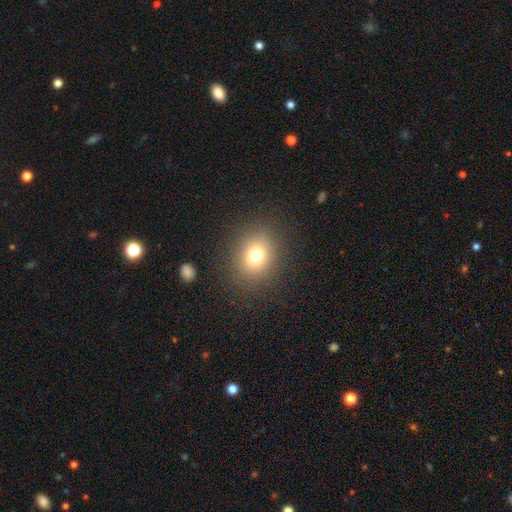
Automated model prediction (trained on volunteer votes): Smooth or featured? Predicted: smooth (p=0.73). How rounded? Predicted: round (p=0.65). Merging? Predicted: none (p=0.86).